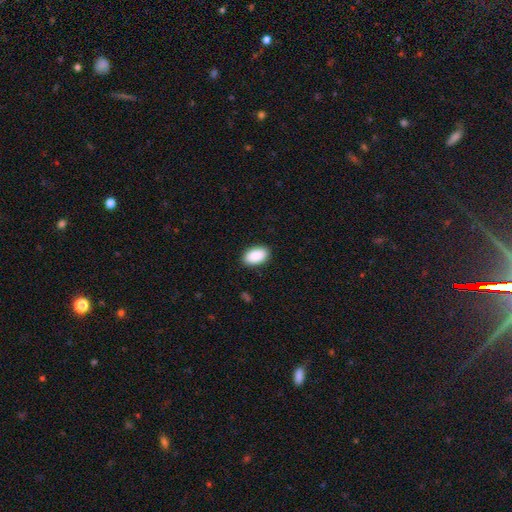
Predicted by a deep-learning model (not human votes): Smooth or featured: smooth — 91% (star or artifact — 6%)
How rounded: in between — 94% (round — 5%)
Merging: none — 89% (minor disturbance — 8%)